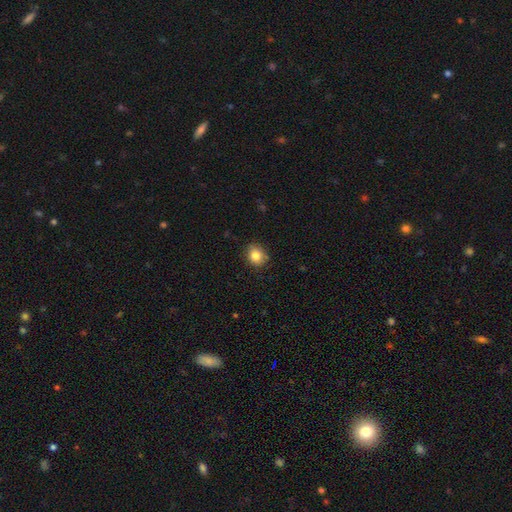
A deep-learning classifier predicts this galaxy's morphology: Smooth or featured? smooth (85%)
How rounded? round (71%)
Merging? none (84%)